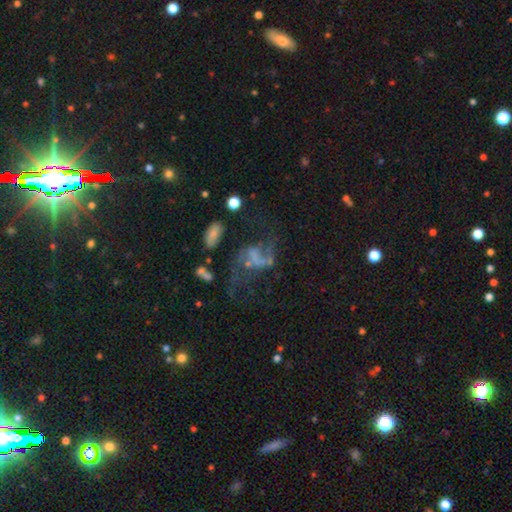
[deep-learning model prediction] Smooth or featured? Predicted: featured or disk (p=0.62). Edge-on disk? Predicted: no (p=0.97). Bar? Predicted: no (p=0.57). Spiral arms? Predicted: yes (p=0.63). Bulge size? Predicted: none (p=0.65). Merging? Predicted: major disturbance (p=0.41).